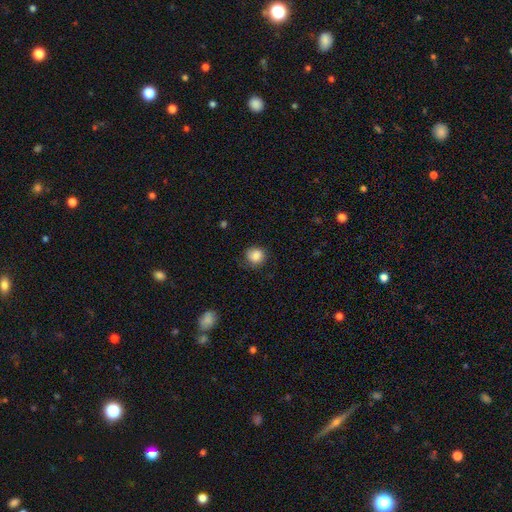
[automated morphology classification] type=smooth (86%); roundness=round (86%); merging=none (75%).